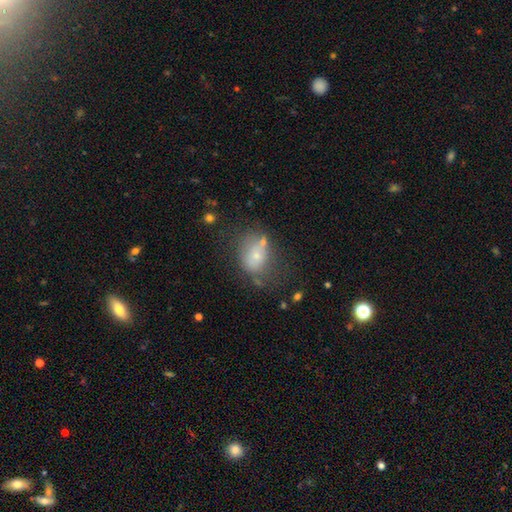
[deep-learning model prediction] A smooth galaxy with no disk features (63%) that is in between round and cigar-shaped (59%). Merging: none (44%).